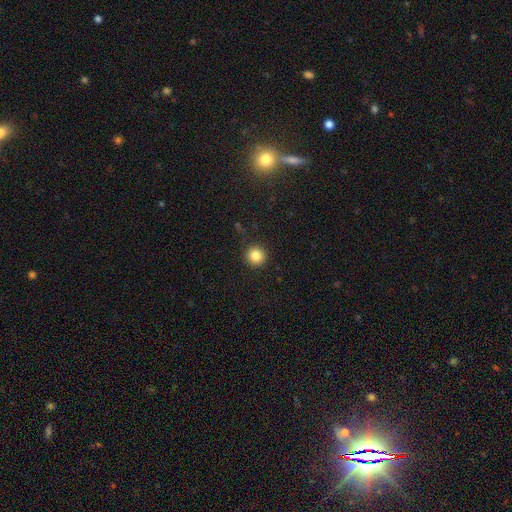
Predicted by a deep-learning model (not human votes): smooth_or_featured: smooth (p=0.84) [alt: star or artifact p=0.11]
how_rounded: round (p=0.95) [alt: in between p=0.04]
merging: none (p=0.91) [alt: minor disturbance p=0.06]